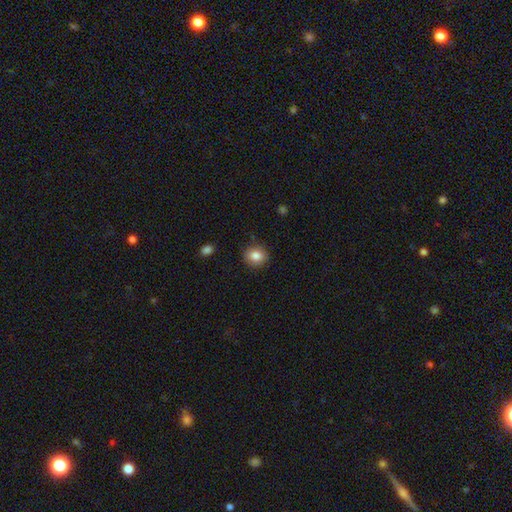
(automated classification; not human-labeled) Overall: smooth (84%). How rounded: round (72%). Merging: none (88%).